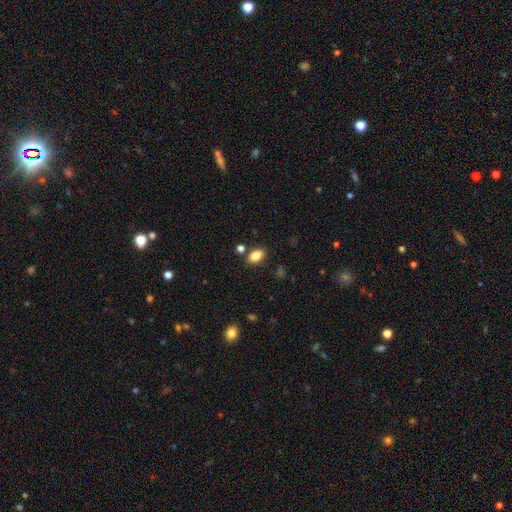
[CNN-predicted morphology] Smooth or featured?
  - smooth: 83% *
  - star or artifact: 9%
  - featured or disk: 8%
How rounded?
  - in between: 89% *
  - round: 8%
  - cigar-shaped: 3%
Merging?
  - none: 82% *
  - minor disturbance: 10%
  - merger: 6%
  - major disturbance: 3%